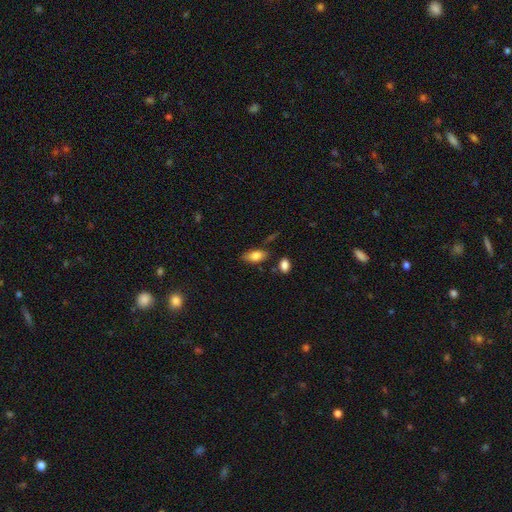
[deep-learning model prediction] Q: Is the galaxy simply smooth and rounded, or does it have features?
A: smooth — 78%.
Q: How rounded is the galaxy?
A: in between — 88%.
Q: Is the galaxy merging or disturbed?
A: none — 73%.